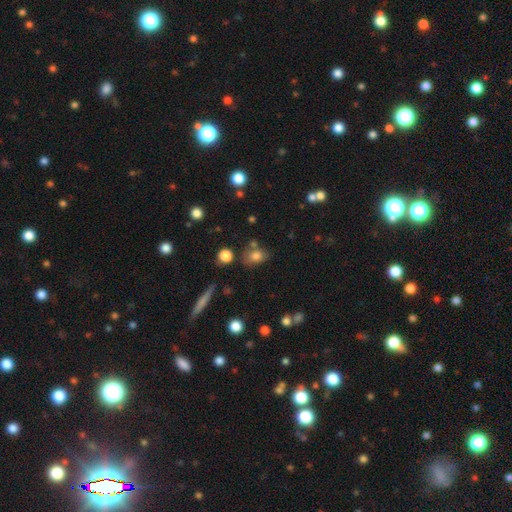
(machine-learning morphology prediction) This is likely a smooth galaxy (78%). How rounded: likely in between (61%). Merging: likely none (62%).